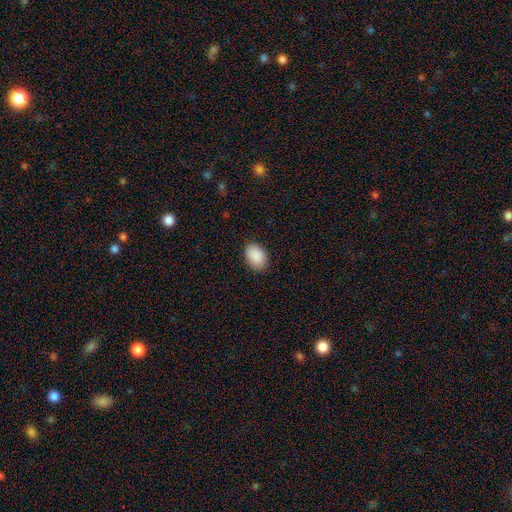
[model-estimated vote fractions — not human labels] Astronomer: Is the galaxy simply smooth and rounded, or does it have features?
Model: smooth — 91%.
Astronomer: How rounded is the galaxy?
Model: in between — 85%.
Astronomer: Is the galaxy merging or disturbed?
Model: none — 86%.